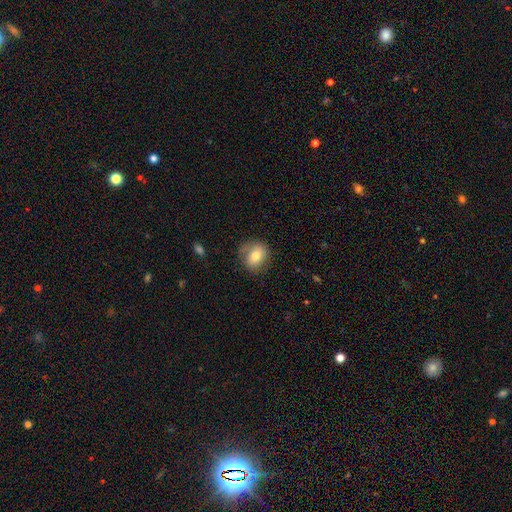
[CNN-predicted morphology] type=smooth (71%); roundness=round (64%); merging=none (72%).